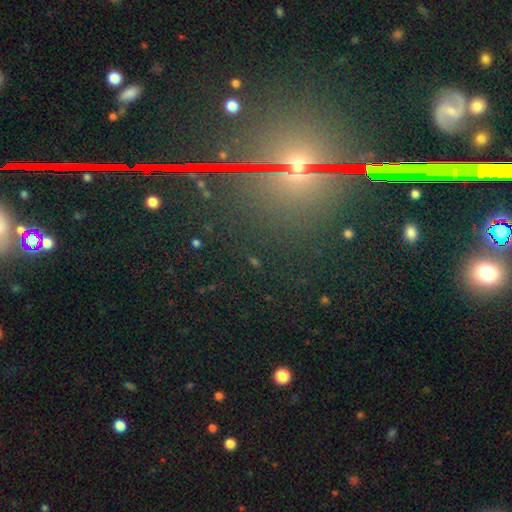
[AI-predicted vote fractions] Smooth or featured?
  - star or artifact: 68% *
  - featured or disk: 20%
  - smooth: 12%